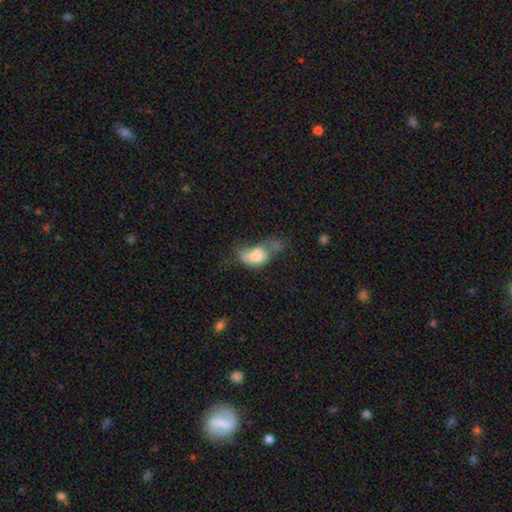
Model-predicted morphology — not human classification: Q: Smooth or featured?
A: smooth (66%); runner-up: featured or disk (25%)
Q: How rounded?
A: in between (81%); runner-up: round (16%)
Q: Merging?
A: merger (34%); runner-up: major disturbance (33%)